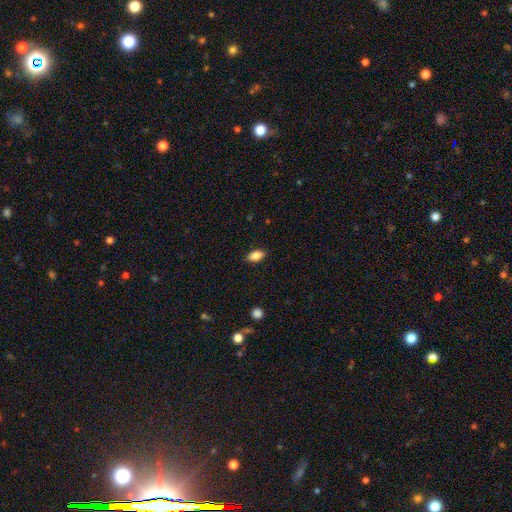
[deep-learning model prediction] This appears to be a smooth galaxy with no disk features (86%) that is in between round and cigar-shaped (90%). Merging: none (88%).